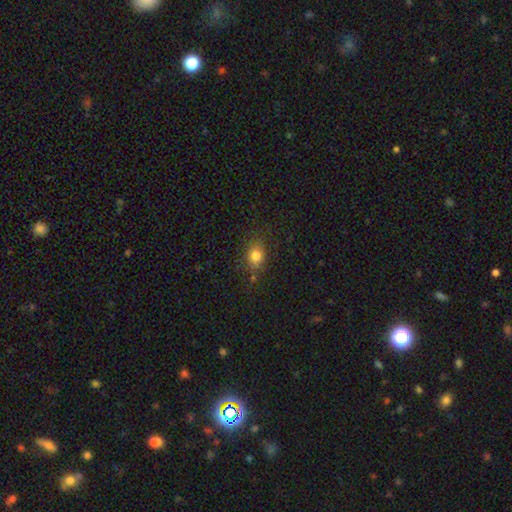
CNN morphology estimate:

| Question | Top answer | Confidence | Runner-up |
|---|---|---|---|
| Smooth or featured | smooth | 80% | star or artifact (13%) |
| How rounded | round | 53% | in between (45%) |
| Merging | none | 79% | minor disturbance (14%) |